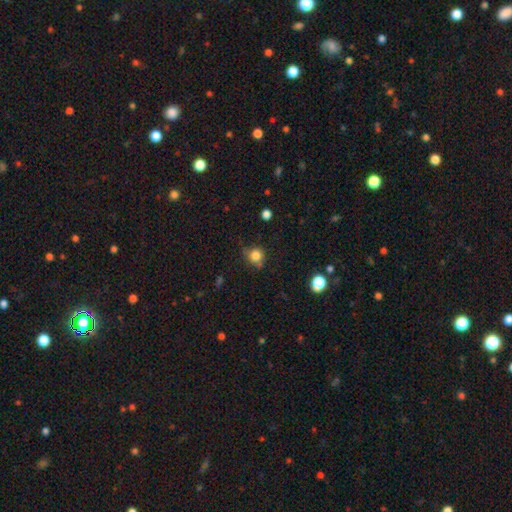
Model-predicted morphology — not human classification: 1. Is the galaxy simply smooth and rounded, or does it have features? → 81% smooth, 12% star or artifact, 7% featured or disk.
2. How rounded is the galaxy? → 84% round, 15% in between, 1% cigar-shaped.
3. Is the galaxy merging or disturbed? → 63% none, 25% minor disturbance, 7% major disturbance, 4% merger.